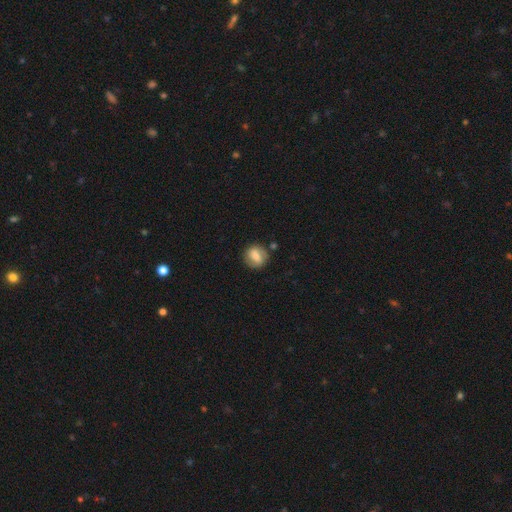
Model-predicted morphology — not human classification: Smooth or featured: smooth — 66% (featured or disk — 26%)
How rounded: round — 70% (in between — 28%)
Merging: none — 73% (minor disturbance — 17%)